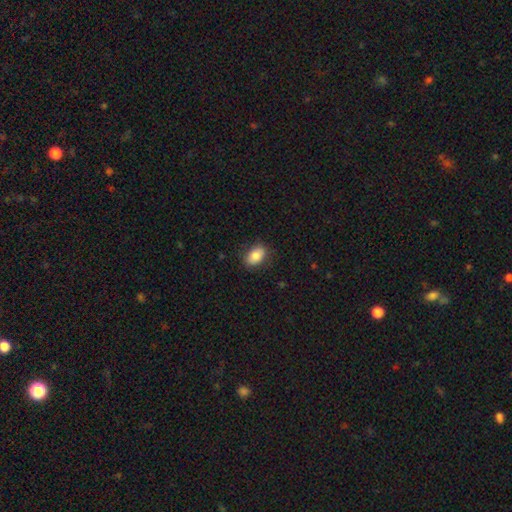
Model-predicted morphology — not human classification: type=smooth (85%); roundness=in between (87%); merging=none (84%).